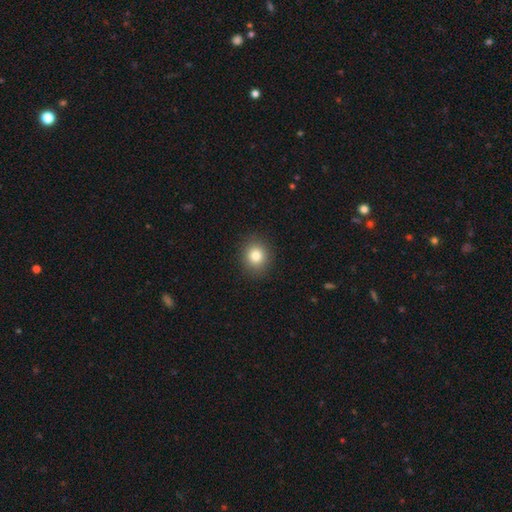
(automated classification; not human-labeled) Q: Smooth or featured?
A: smooth (82%); runner-up: star or artifact (11%)
Q: How rounded?
A: round (79%); runner-up: in between (20%)
Q: Merging?
A: none (90%); runner-up: minor disturbance (7%)